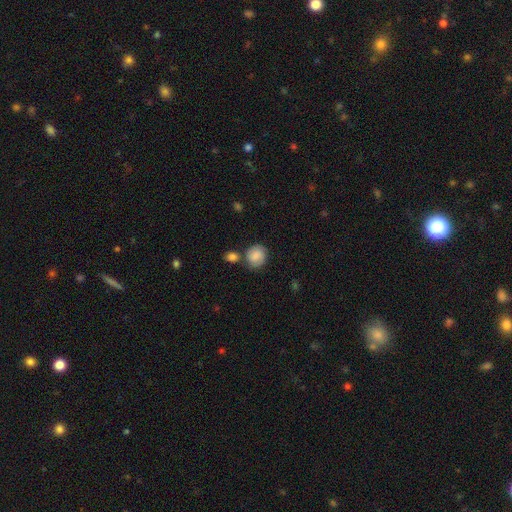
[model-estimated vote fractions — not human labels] Morphology: type=smooth (76%); roundness=round (73%); merging=none (64%).